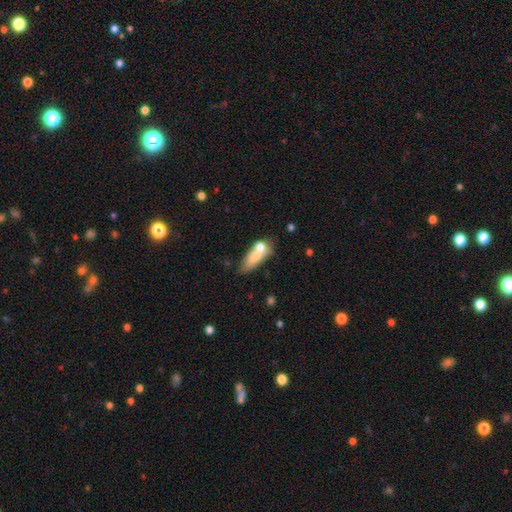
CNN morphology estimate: Smooth or featured?
  - smooth: 69% *
  - featured or disk: 22%
  - star or artifact: 9%
How rounded?
  - in between: 66% *
  - cigar-shaped: 27%
  - round: 6%
Merging?
  - none: 37% *
  - merger: 35%
  - minor disturbance: 18%
  - major disturbance: 10%